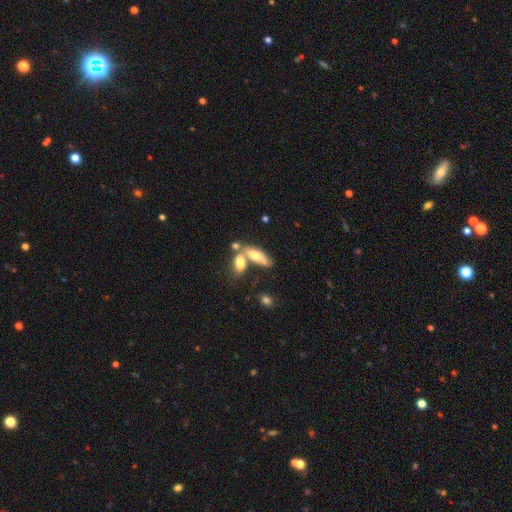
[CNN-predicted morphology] Smooth or featured? smooth (69%)
How rounded? in between (72%)
Merging? merger (49%)